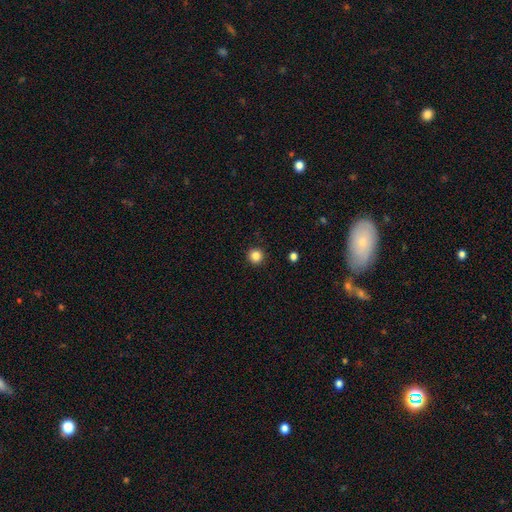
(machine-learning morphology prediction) Q: Smooth or featured?
A: smooth (85%); runner-up: star or artifact (11%)
Q: How rounded?
A: round (95%); runner-up: in between (4%)
Q: Merging?
A: none (93%); runner-up: minor disturbance (5%)